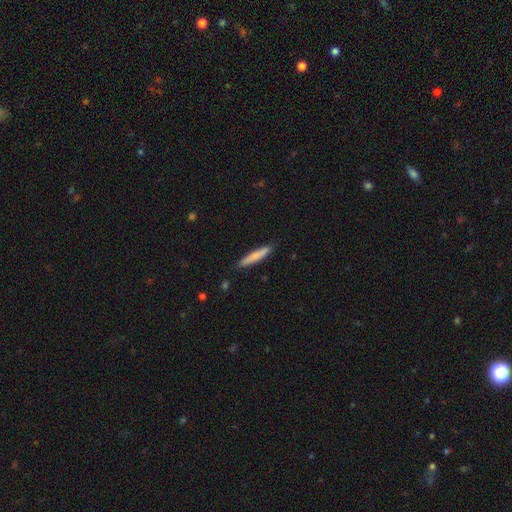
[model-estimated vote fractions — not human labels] Smooth or featured? smooth (77%)
How rounded? cigar-shaped (92%)
Merging? none (87%)